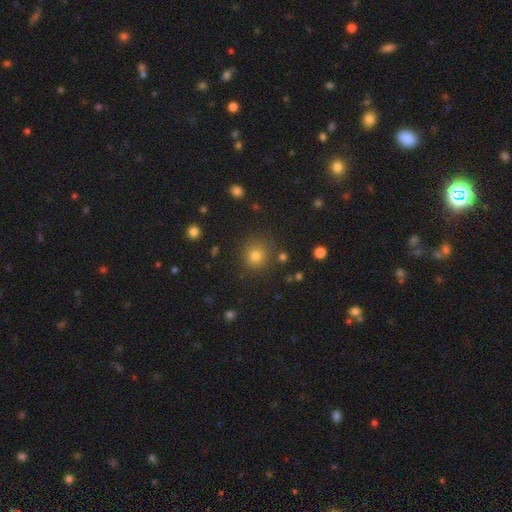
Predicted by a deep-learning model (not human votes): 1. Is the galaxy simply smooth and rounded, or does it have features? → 77% smooth, 16% star or artifact, 7% featured or disk.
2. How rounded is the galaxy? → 92% round, 7% in between, 1% cigar-shaped.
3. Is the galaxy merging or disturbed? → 85% none, 8% minor disturbance, 3% merger, 3% major disturbance.